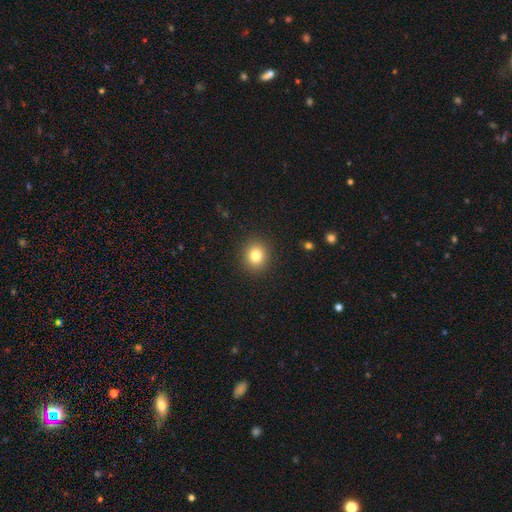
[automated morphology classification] Smooth or featured: smooth — 81% (star or artifact — 11%)
How rounded: round — 82% (in between — 17%)
Merging: none — 90% (minor disturbance — 6%)